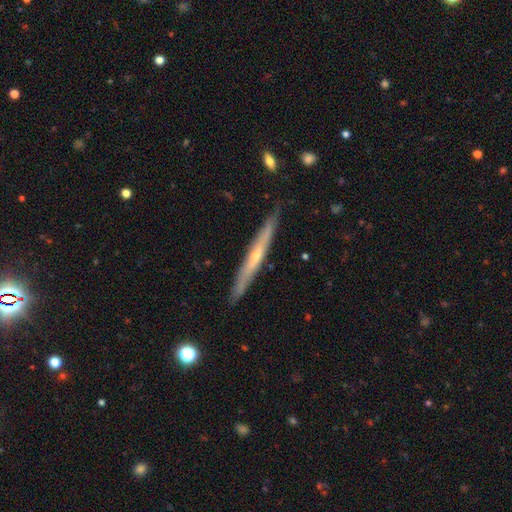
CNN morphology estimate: The model was most divided on "edge-on bulge": rounded: 59%, none: 38%, boxy: 2%. More confident: edge-on disk — yes (93%); merging — none (87%); smooth or featured — featured or disk (66%).